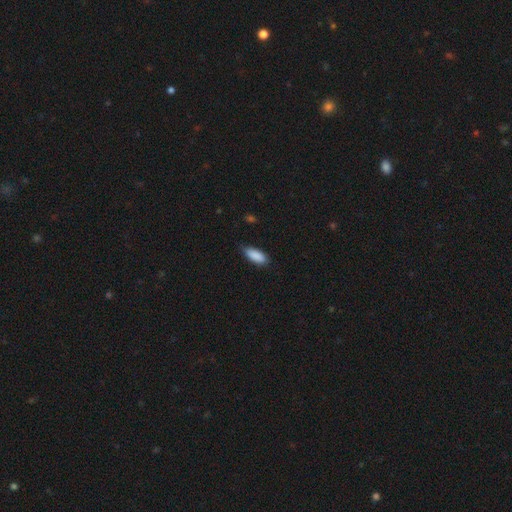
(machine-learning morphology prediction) smooth-or-featured: smooth: 89% | star or artifact: 6% | featured or disk: 5%
  how-rounded: in between: 80% | cigar-shaped: 18% | round: 2%
  merging: none: 74% | minor disturbance: 22% | major disturbance: 3% | merger: 1%